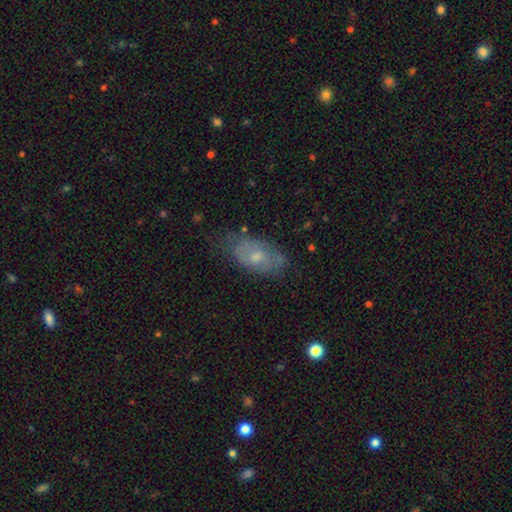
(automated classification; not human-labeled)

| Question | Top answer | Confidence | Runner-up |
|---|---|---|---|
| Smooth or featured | smooth | 51% | featured or disk (41%) |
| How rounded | in between | 90% | round (6%) |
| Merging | none | 61% | minor disturbance (28%) |